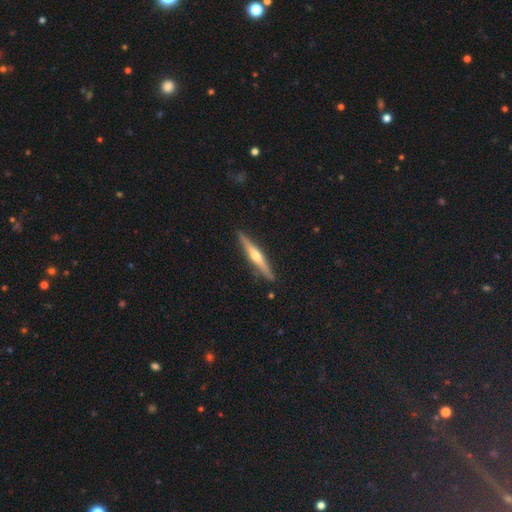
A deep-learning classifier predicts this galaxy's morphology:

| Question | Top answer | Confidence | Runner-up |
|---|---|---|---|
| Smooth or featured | featured or disk | 66% | smooth (29%) |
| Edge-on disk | yes | 97% | no (3%) |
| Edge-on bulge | rounded | 85% | none (10%) |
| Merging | none | 89% | minor disturbance (8%) |